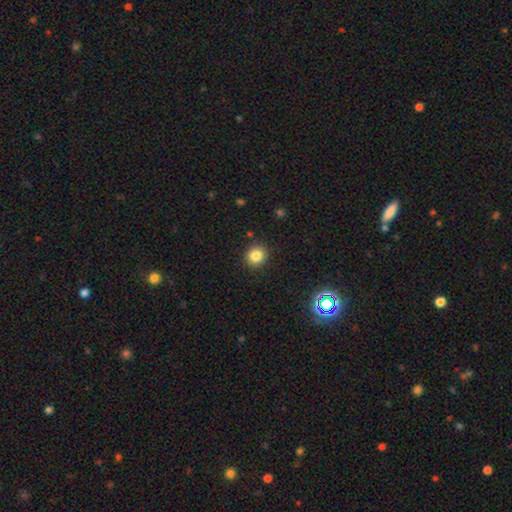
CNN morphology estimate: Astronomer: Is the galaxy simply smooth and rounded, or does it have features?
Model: smooth — 84%.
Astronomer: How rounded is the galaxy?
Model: round — 87%.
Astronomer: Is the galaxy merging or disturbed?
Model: none — 90%.